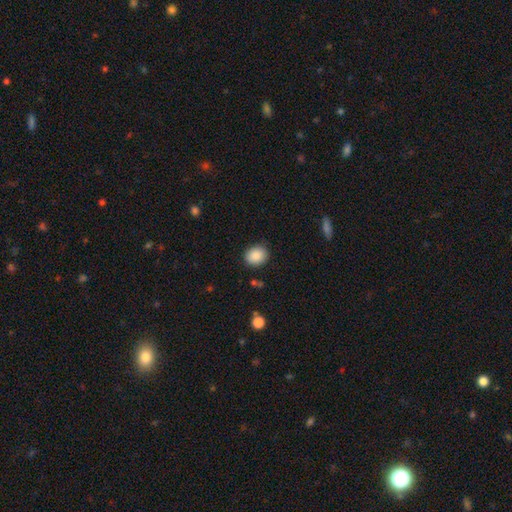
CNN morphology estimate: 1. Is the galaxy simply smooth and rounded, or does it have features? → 87% smooth, 8% star or artifact, 5% featured or disk.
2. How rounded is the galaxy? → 59% round, 40% in between, 1% cigar-shaped.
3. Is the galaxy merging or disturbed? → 87% none, 9% minor disturbance, 3% major disturbance, 1% merger.